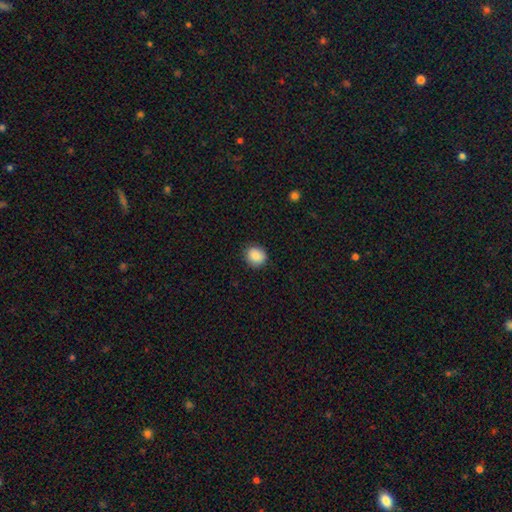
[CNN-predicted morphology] Smooth or featured: smooth — 89% (star or artifact — 8%)
How rounded: round — 81% (in between — 18%)
Merging: none — 87% (minor disturbance — 9%)